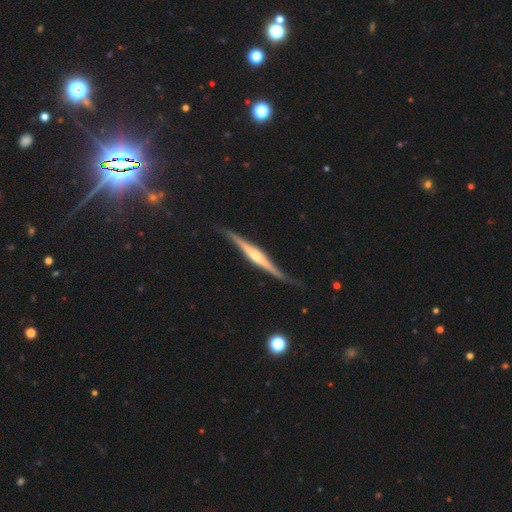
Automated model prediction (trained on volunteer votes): This is likely a featured or disk galaxy (80%). It is clearly viewed edge-on (97%). Edge-on bulge: likely rounded (76%). Merging: clearly none (82%).